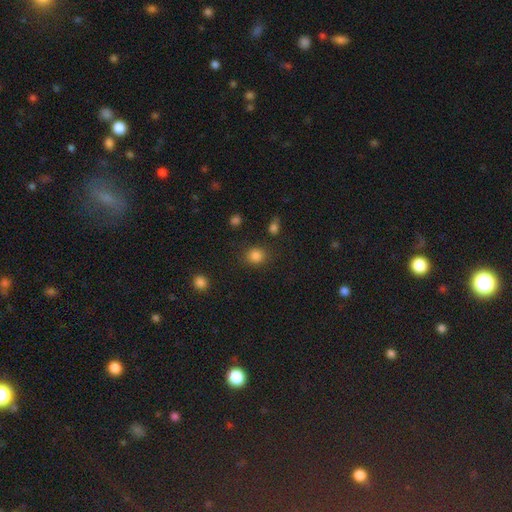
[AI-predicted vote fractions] A smooth galaxy with no disk features (84%) that is round (77%). Merging: none (83%).